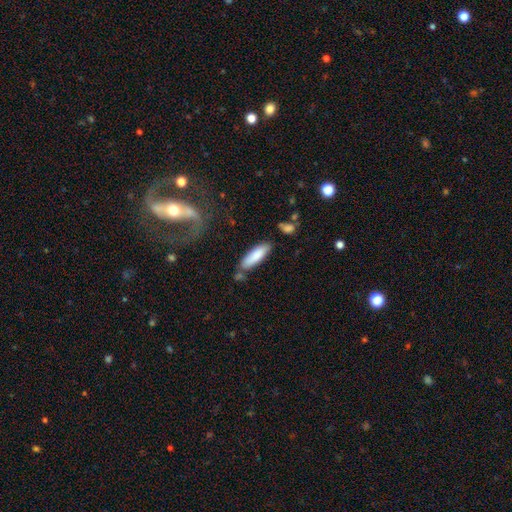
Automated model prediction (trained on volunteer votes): smooth 82%, featured or disk 12%, star or artifact 6%. Down the decision tree: how rounded — cigar-shaped (53%); merging — none (73%).